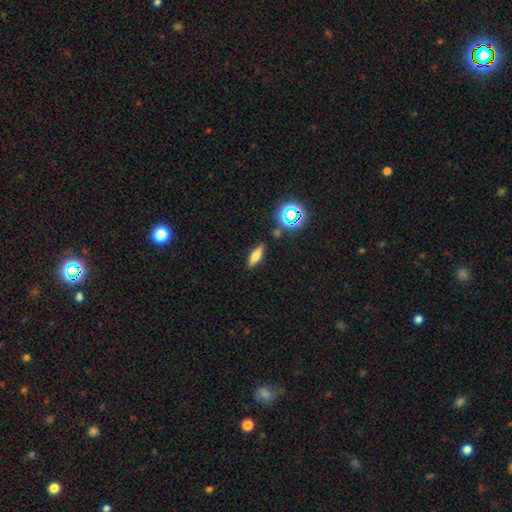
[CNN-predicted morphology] The model was most divided on "how rounded": cigar-shaped: 48%, in between: 46%, round: 5%. More confident: merging — none (84%); smooth or featured — smooth (60%).